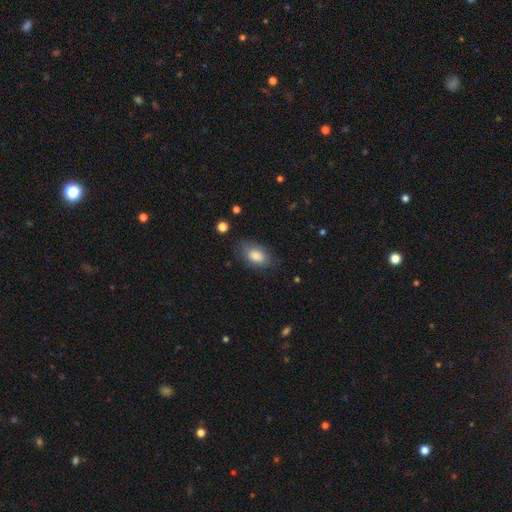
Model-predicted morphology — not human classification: The model was most divided on "merging": none: 76%, minor disturbance: 17%, major disturbance: 5%, merger: 1%. More confident: how rounded — in between (93%); smooth or featured — smooth (83%).